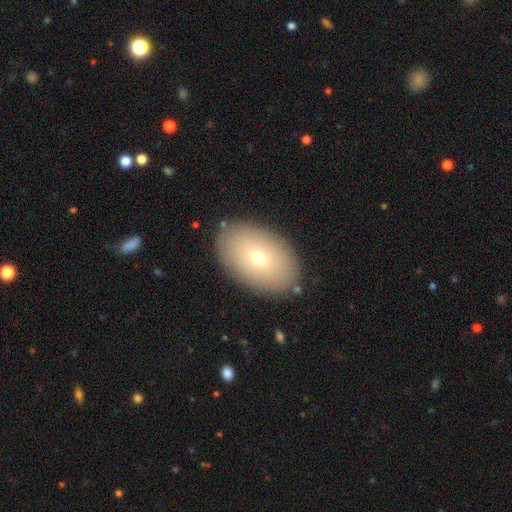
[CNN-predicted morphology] Smooth or featured?
  - smooth: 69% *
  - featured or disk: 21%
  - star or artifact: 10%
How rounded?
  - in between: 89% *
  - round: 10%
  - cigar-shaped: 1%
Merging?
  - none: 88% *
  - minor disturbance: 8%
  - major disturbance: 3%
  - merger: 1%